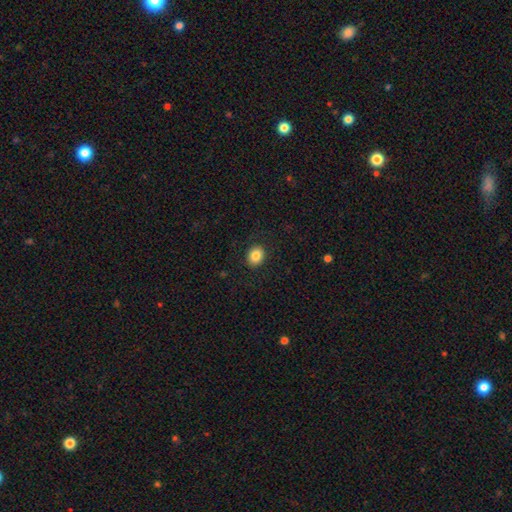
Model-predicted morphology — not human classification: Smooth or featured? smooth (84%)
How rounded? round (59%)
Merging? none (90%)